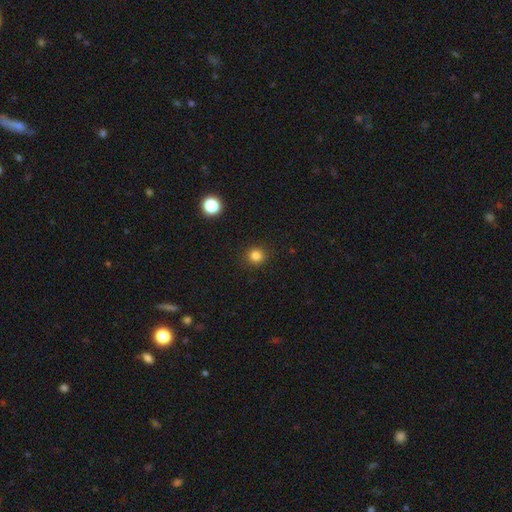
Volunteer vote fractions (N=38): Smooth or featured?
  - smooth: 95% *
  - star or artifact: 5%
  - featured or disk: 0%
How rounded?
  - round: 89% *
  - in between: 11%
  - cigar-shaped: 0%
Merging?
  - none: 94% *
  - minor disturbance: 6%
  - major disturbance: 0%
  - merger: 0%